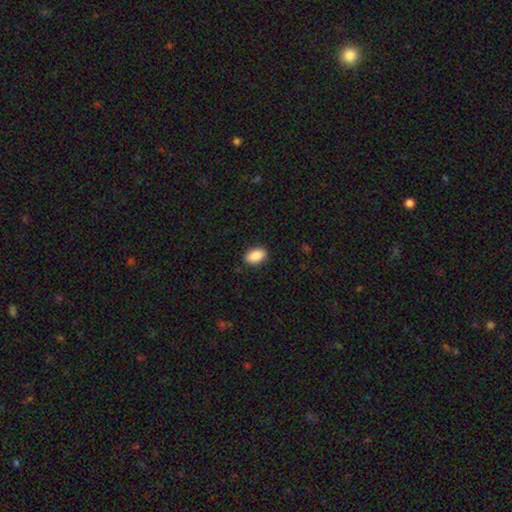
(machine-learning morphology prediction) This appears to be a smooth galaxy with no disk features (89%) that is in between round and cigar-shaped (91%). Merging: none (88%).